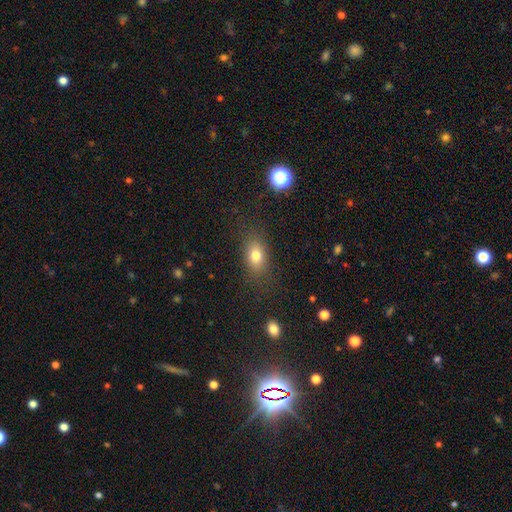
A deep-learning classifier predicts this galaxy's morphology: Smooth or featured? smooth (77%)
How rounded? in between (75%)
Merging? none (80%)